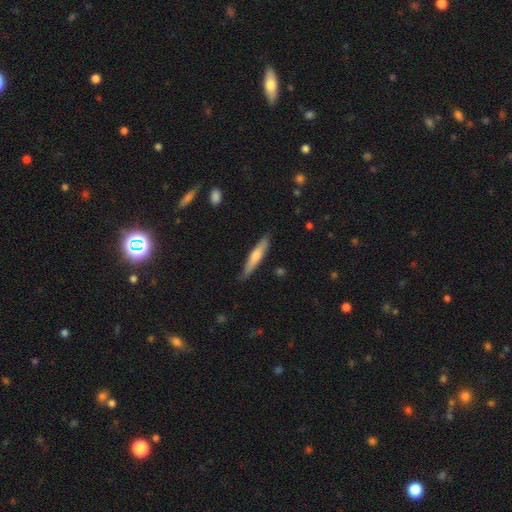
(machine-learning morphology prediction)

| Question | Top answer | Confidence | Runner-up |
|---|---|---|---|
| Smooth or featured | smooth | 53% | featured or disk (41%) |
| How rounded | cigar-shaped | 90% | in between (9%) |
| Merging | none | 85% | minor disturbance (12%) |